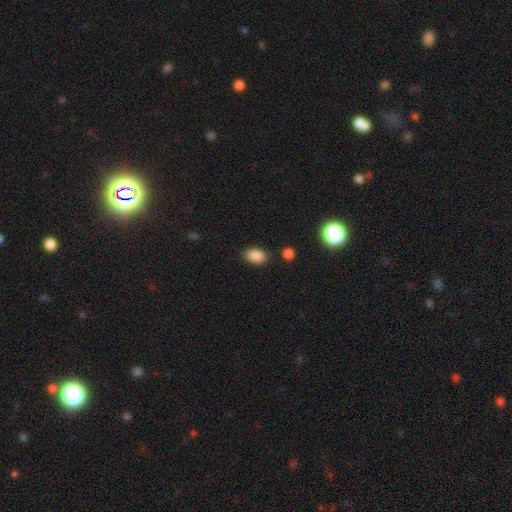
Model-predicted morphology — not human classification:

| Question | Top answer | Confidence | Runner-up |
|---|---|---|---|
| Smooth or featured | smooth | 87% | star or artifact (9%) |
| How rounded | in between | 85% | round (14%) |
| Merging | none | 83% | minor disturbance (11%) |